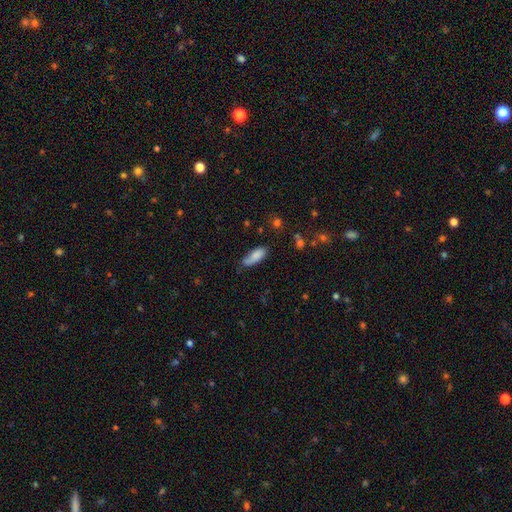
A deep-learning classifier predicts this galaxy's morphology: smooth_or_featured: smooth (p=0.80) [alt: featured or disk p=0.13]
how_rounded: in between (p=0.73) [alt: cigar-shaped p=0.25]
merging: none (p=0.54) [alt: minor disturbance p=0.30]